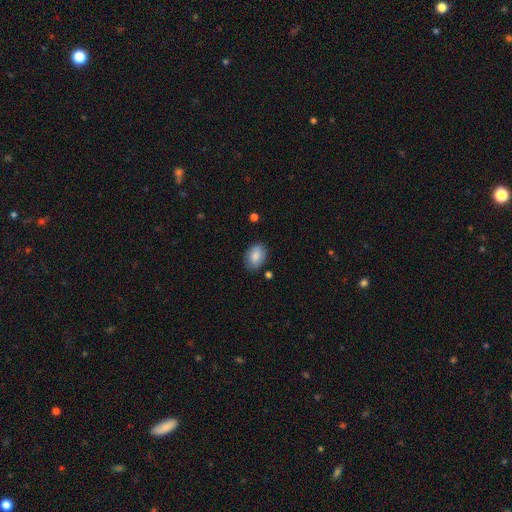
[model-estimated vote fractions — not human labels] Smooth or featured?
  - smooth: 82% *
  - featured or disk: 11%
  - star or artifact: 7%
How rounded?
  - in between: 78% *
  - round: 21%
  - cigar-shaped: 1%
Merging?
  - none: 80% *
  - minor disturbance: 15%
  - major disturbance: 3%
  - merger: 2%